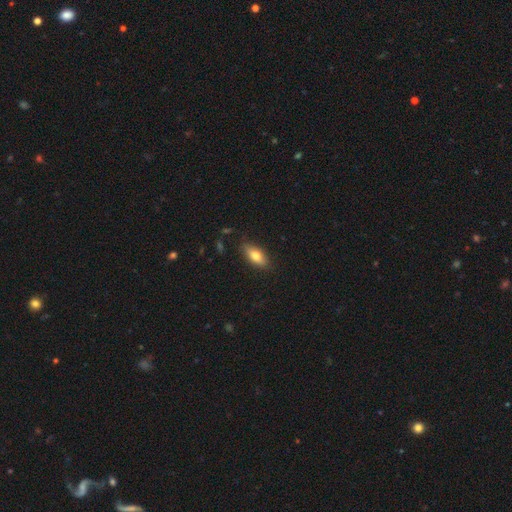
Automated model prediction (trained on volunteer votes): smooth_or_featured: smooth (p=0.73) [alt: featured or disk p=0.20]
how_rounded: in between (p=0.79) [alt: cigar-shaped p=0.18]
merging: none (p=0.84) [alt: minor disturbance p=0.13]